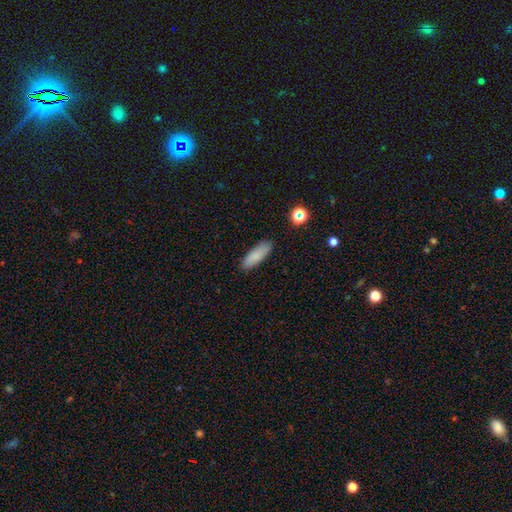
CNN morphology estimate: This is clearly a smooth galaxy (83%). How rounded: possibly in between (55%). Merging: clearly none (87%).